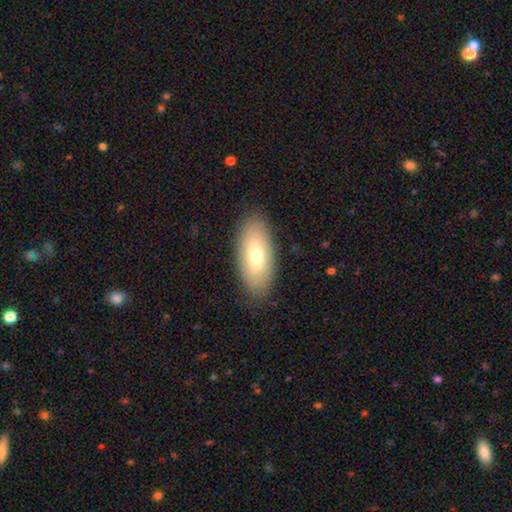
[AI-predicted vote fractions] This appears to be a smooth galaxy with no disk features (70%) that is in between round and cigar-shaped (87%). Merging: none (86%).